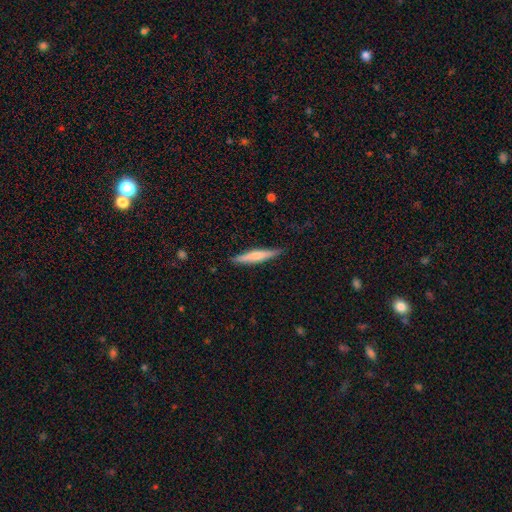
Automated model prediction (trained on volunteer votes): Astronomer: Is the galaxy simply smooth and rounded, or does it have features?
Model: smooth — 57% (runner-up: featured or disk, 38%).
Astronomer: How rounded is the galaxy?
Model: cigar-shaped — 92%.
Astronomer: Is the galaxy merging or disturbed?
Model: none — 86%.